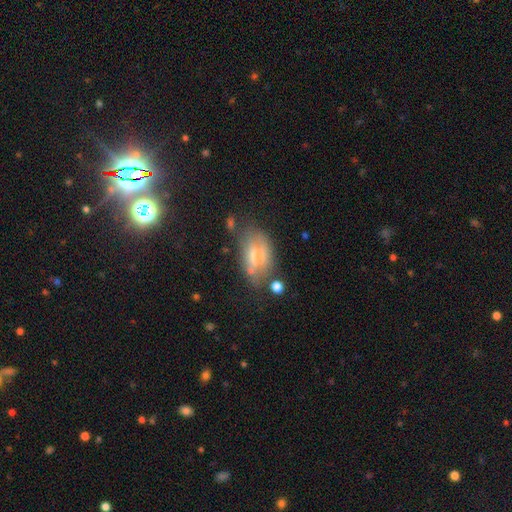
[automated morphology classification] smooth_or_featured: smooth (p=0.46) [alt: featured or disk p=0.42]
merging: none (p=0.50) [alt: minor disturbance p=0.27]